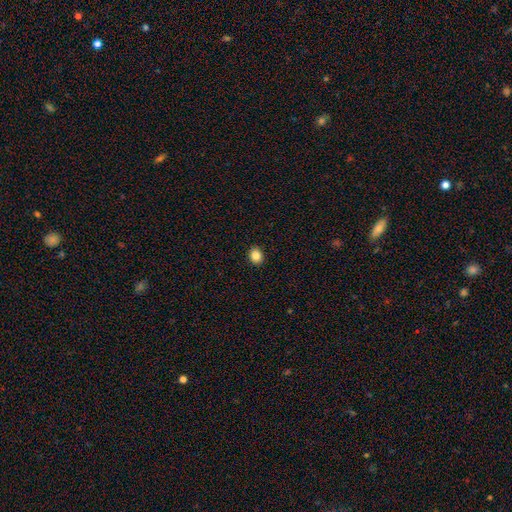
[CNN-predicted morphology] Overall: smooth (85%). How rounded: round (63%; in between 36%). Merging: none (92%).